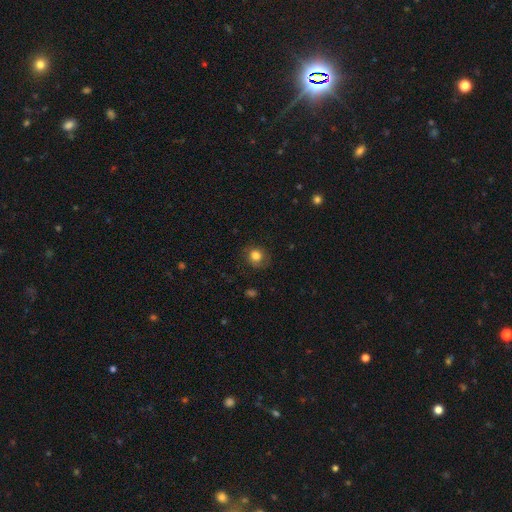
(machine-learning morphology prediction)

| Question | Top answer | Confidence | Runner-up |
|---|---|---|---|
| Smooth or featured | smooth | 80% | star or artifact (11%) |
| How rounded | round | 82% | in between (17%) |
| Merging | none | 78% | minor disturbance (16%) |